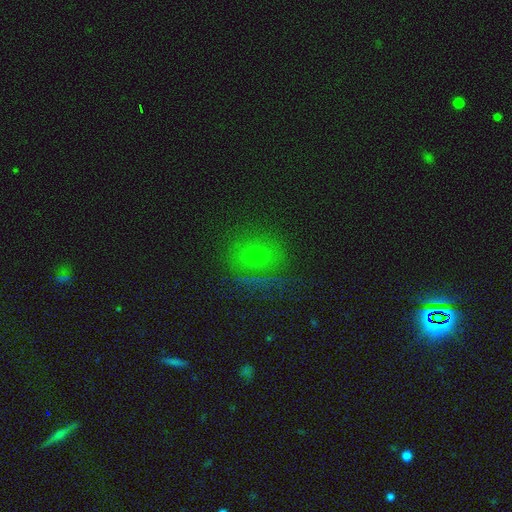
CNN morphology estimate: A smooth galaxy with no disk features (44%). Merging: none (65%).